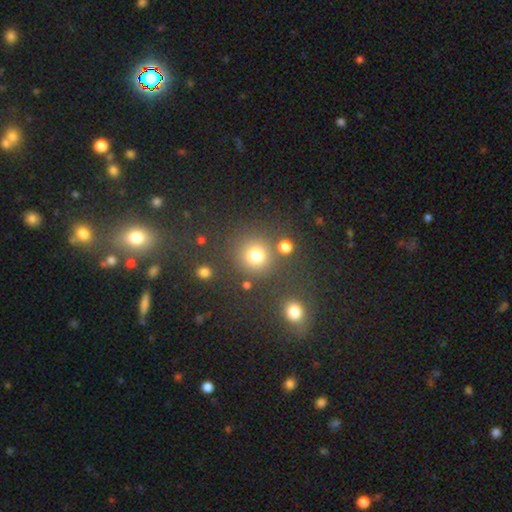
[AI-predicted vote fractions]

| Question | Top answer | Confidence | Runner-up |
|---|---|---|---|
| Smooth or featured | smooth | 77% | star or artifact (17%) |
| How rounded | round | 92% | in between (7%) |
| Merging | none | 78% | minor disturbance (9%) |